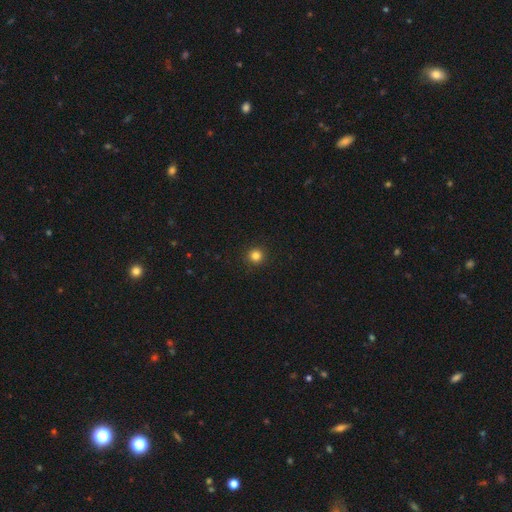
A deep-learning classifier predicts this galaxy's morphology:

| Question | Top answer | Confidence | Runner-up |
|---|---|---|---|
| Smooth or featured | smooth | 83% | star or artifact (13%) |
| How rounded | round | 95% | in between (4%) |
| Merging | none | 92% | minor disturbance (5%) |